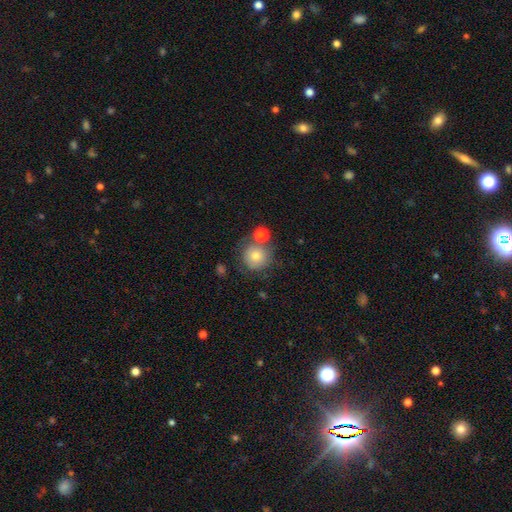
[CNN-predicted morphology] smooth-or-featured: smooth: 75% | featured or disk: 14% | star or artifact: 11%
  how-rounded: round: 93% | in between: 6% | cigar-shaped: 1%
  merging: none: 67% | merger: 16% | minor disturbance: 12% | major disturbance: 5%